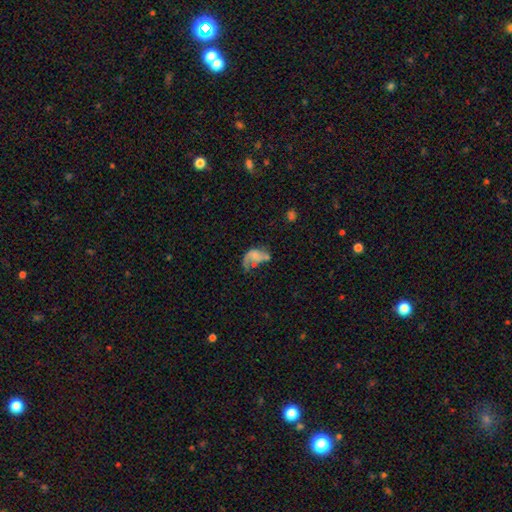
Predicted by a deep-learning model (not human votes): Q: Smooth or featured?
A: featured or disk (53%); runner-up: smooth (38%)
Q: Edge-on disk?
A: no (97%); runner-up: yes (3%)
Q: Bar?
A: no (74%); runner-up: weak (22%)
Q: Spiral arms?
A: yes (63%); runner-up: no (37%)
Q: Bulge size?
A: small (43%); runner-up: none (28%)
Q: Merging?
A: major disturbance (40%); runner-up: none (23%)